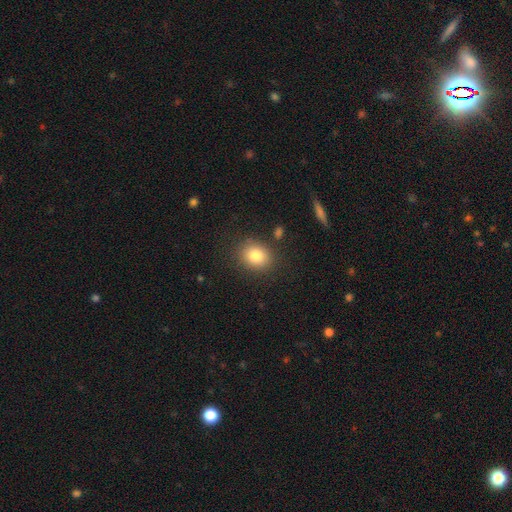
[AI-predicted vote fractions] A smooth galaxy with no disk features (82%) that is round (62%). Merging: none (84%).